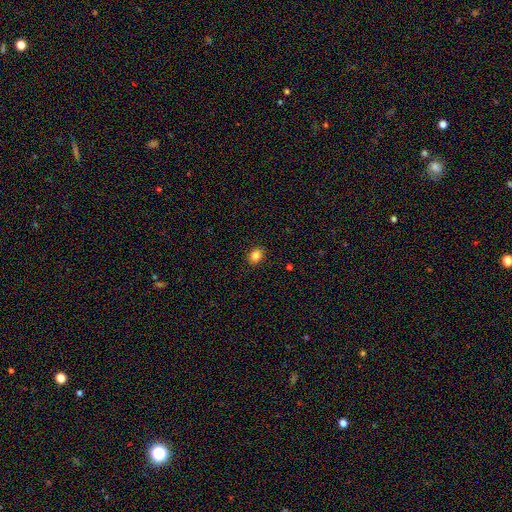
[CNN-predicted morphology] smooth-or-featured: smooth: 85% | star or artifact: 11% | featured or disk: 5%
  how-rounded: in between: 50% | round: 49% | cigar-shaped: 1%
  merging: none: 90% | minor disturbance: 8% | major disturbance: 2% | merger: 1%